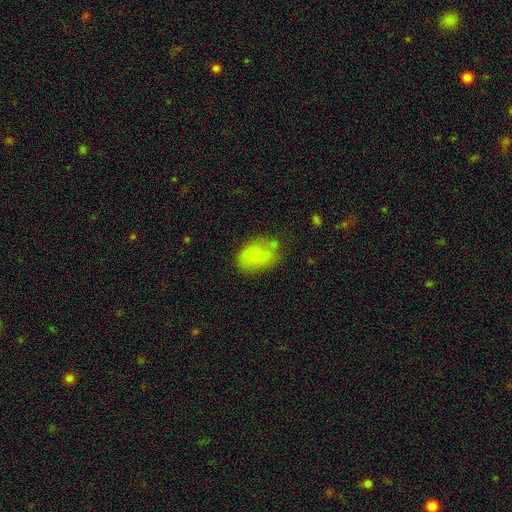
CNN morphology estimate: Q: Smooth or featured?
A: smooth (75%); runner-up: featured or disk (16%)
Q: How rounded?
A: in between (79%); runner-up: round (19%)
Q: Merging?
A: none (62%); runner-up: minor disturbance (24%)